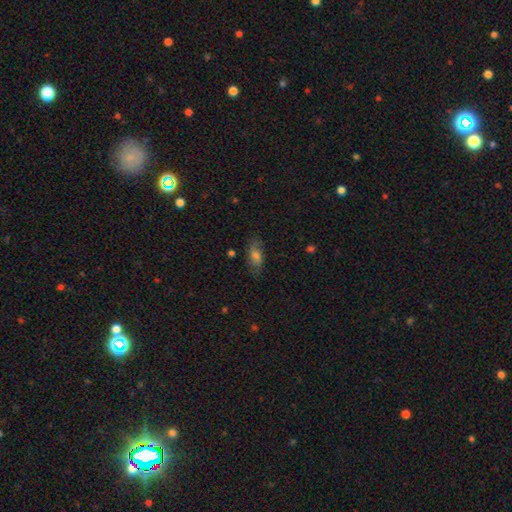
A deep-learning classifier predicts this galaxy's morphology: smooth_or_featured: smooth (p=0.66) [alt: featured or disk p=0.24]
how_rounded: in between (p=0.82) [alt: cigar-shaped p=0.13]
merging: none (p=0.79) [alt: minor disturbance p=0.16]